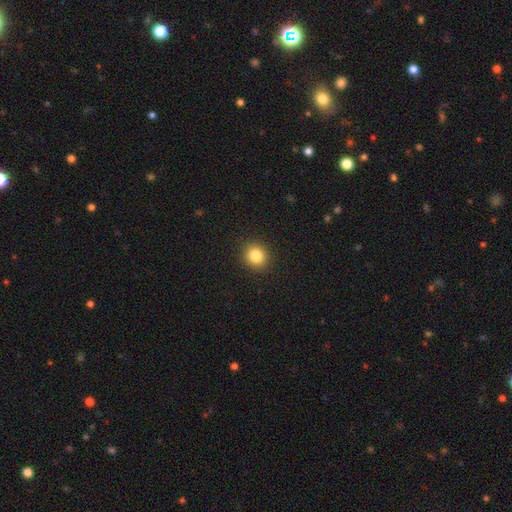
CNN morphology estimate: The model was most divided on "how rounded": round: 82%, in between: 17%, cigar-shaped: 1%. More confident: merging — none (91%); smooth or featured — smooth (83%).